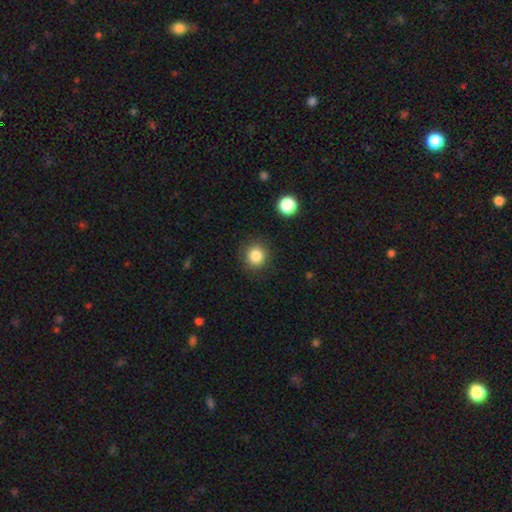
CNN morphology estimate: smooth-or-featured: smooth: 84% | star or artifact: 11% | featured or disk: 5%
  how-rounded: round: 90% | in between: 9% | cigar-shaped: 1%
  merging: none: 88% | minor disturbance: 8% | major disturbance: 3% | merger: 2%